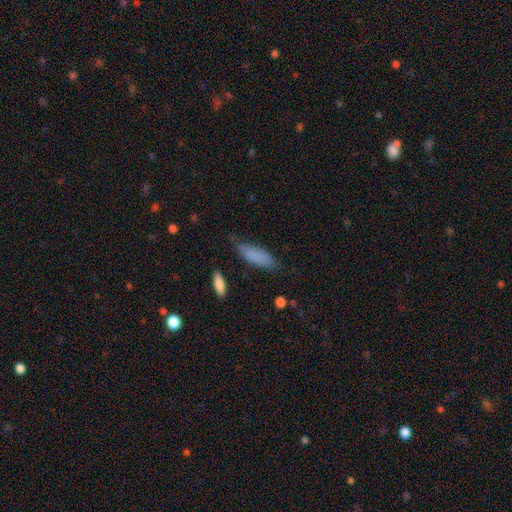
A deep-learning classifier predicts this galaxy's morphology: This appears to be a smooth galaxy with no disk features (83%) that is in between round and cigar-shaped (65%). Merging: none (63%).